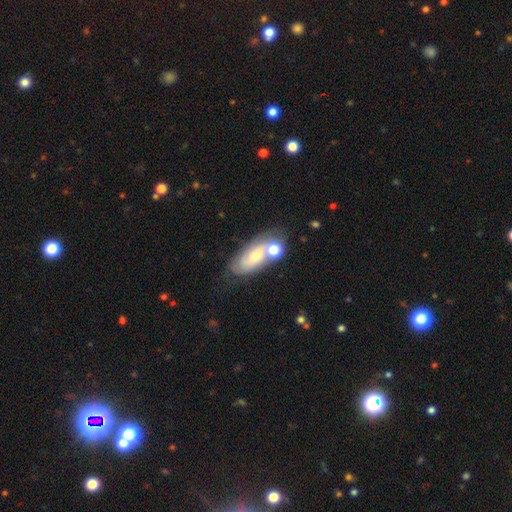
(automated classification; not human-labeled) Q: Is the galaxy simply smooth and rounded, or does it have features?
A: smooth — 46%.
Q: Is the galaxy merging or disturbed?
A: none — 41%.